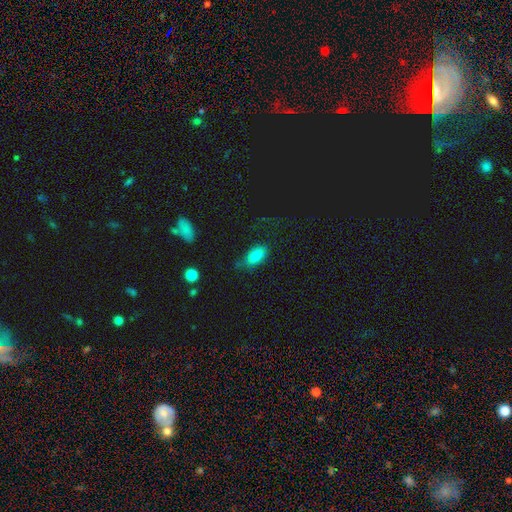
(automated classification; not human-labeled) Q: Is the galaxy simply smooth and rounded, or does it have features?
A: smooth — 85%.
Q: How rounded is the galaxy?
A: in between — 89%.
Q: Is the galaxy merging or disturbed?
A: none — 66%.